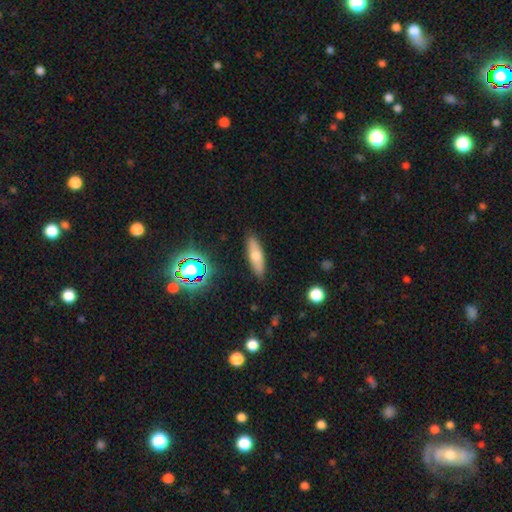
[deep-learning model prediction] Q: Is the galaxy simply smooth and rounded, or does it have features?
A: smooth — 62%.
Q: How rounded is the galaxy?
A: cigar-shaped — 55%.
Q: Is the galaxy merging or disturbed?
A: none — 87%.